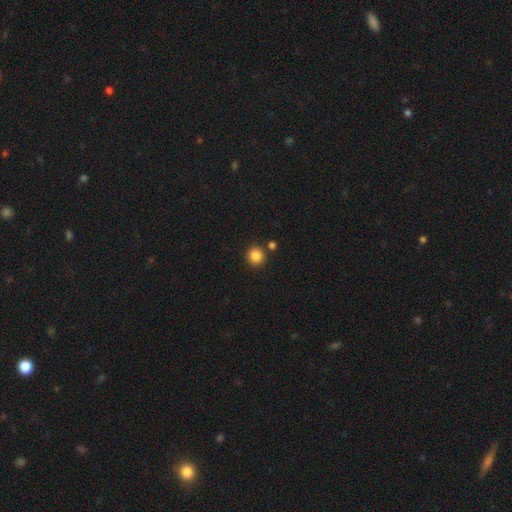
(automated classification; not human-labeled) Q: Smooth or featured?
A: smooth (86%); runner-up: star or artifact (10%)
Q: How rounded?
A: round (92%); runner-up: in between (7%)
Q: Merging?
A: none (84%); runner-up: merger (7%)